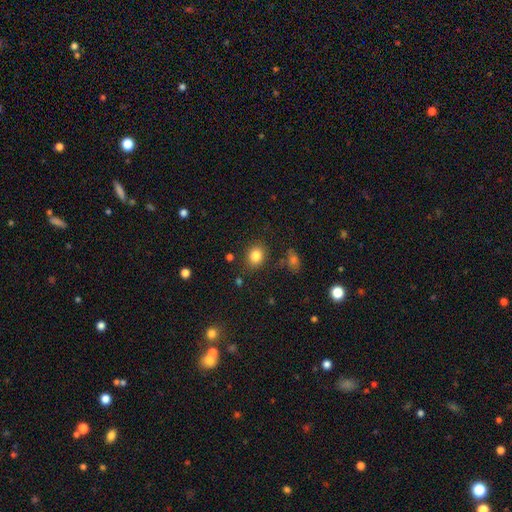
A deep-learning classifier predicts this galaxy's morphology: Overall: smooth (83%). How rounded: round (60%; in between 40%). Merging: none (84%).